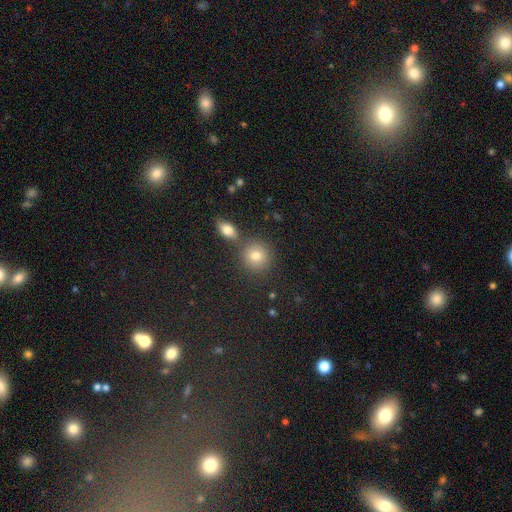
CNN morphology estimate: The model was most divided on "merging": none: 72%, merger: 16%, minor disturbance: 9%, major disturbance: 3%. More confident: how rounded — round (85%); smooth or featured — smooth (77%).